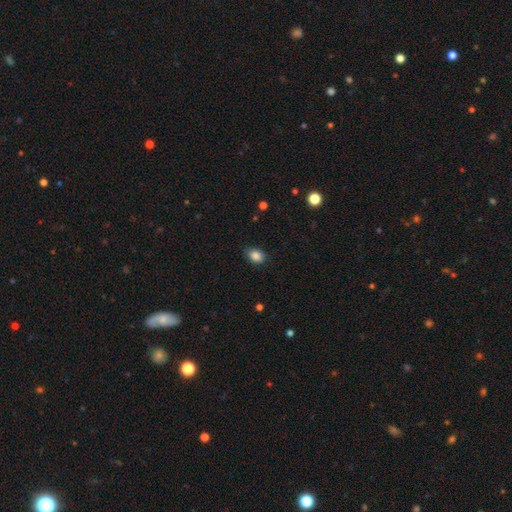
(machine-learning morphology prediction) Smooth or featured: smooth — 87% (star or artifact — 9%)
How rounded: in between — 72% (round — 27%)
Merging: none — 82% (minor disturbance — 15%)